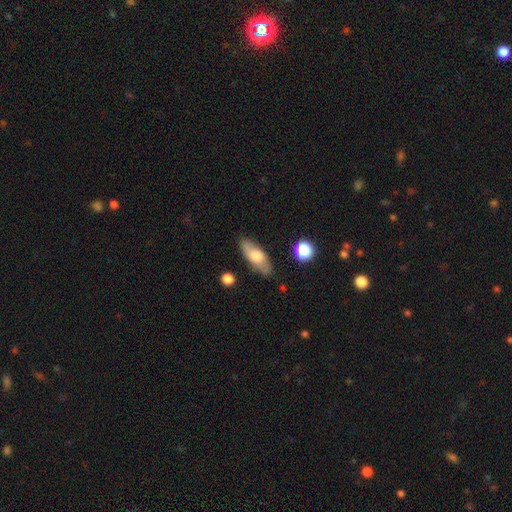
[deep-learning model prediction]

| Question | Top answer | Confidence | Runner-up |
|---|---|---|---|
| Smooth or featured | smooth | 60% | featured or disk (34%) |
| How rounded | in between | 75% | cigar-shaped (21%) |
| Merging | none | 83% | minor disturbance (13%) |